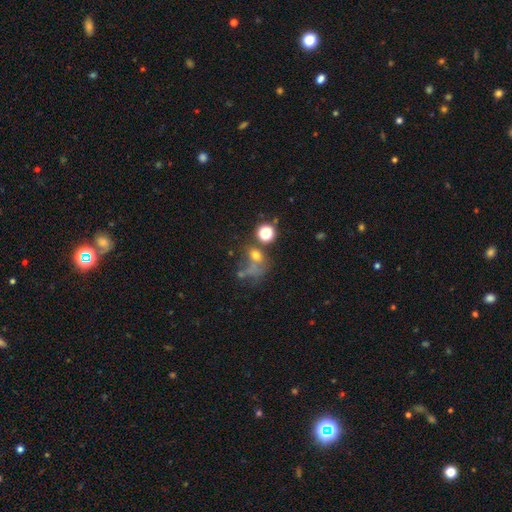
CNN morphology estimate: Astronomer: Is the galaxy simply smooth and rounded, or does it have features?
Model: smooth — 54%.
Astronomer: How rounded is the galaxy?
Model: round — 59% (runner-up: in between, 39%).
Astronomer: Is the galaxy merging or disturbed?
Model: none — 32% (runner-up: merger, 29%).